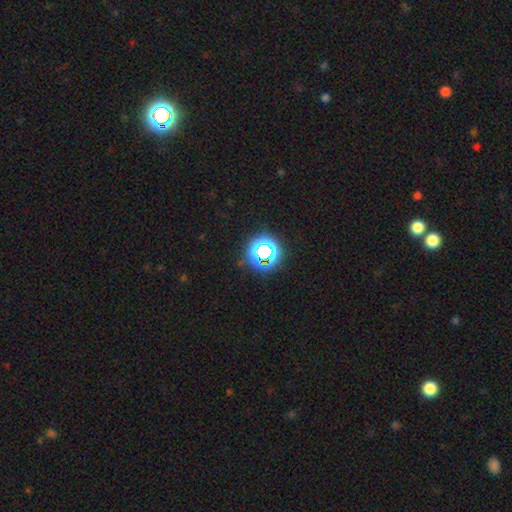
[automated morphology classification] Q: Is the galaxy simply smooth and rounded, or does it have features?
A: star or artifact — 74%.